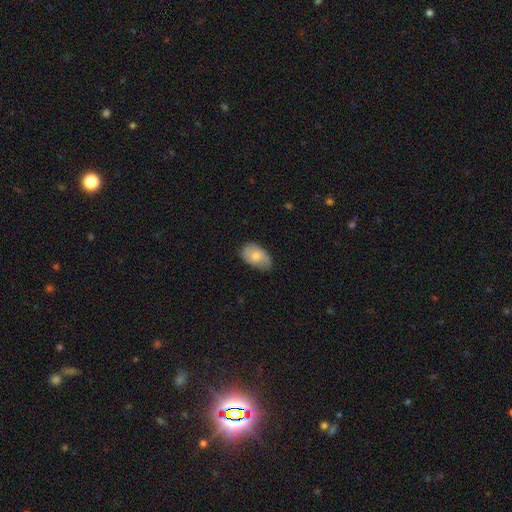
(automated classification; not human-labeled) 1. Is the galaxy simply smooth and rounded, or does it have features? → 76% smooth, 18% featured or disk, 6% star or artifact.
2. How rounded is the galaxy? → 91% in between, 8% round, 1% cigar-shaped.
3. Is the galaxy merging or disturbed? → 66% none, 28% minor disturbance, 5% major disturbance, 1% merger.